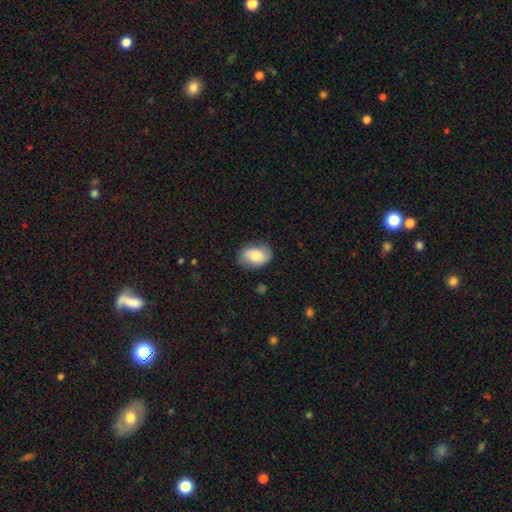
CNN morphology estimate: This appears to be a smooth galaxy with no disk features (64%) that is in between round and cigar-shaped (79%). Merging: none (75%).